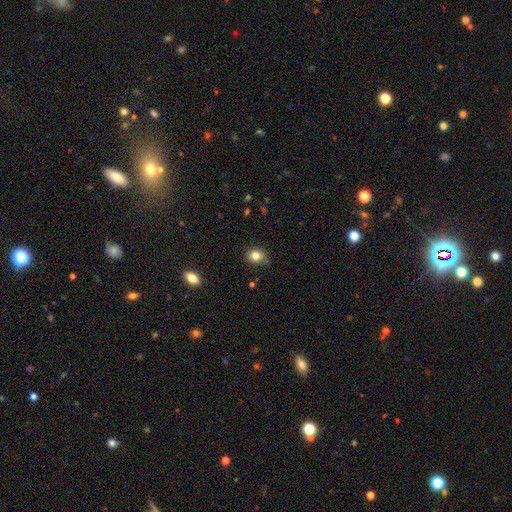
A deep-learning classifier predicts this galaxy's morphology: This appears to be a smooth galaxy with no disk features (82%) that is round (67%). Merging: none (78%).